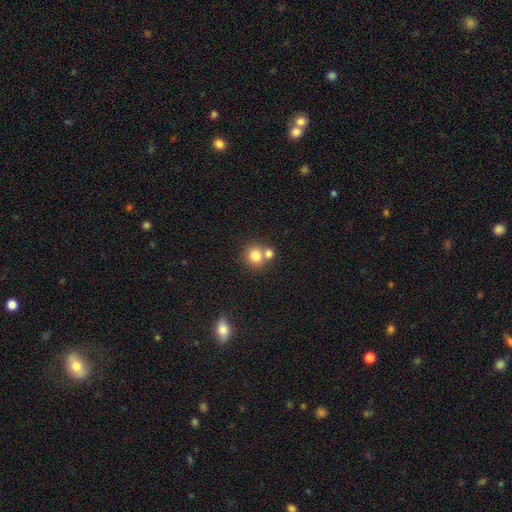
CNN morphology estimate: A smooth galaxy with no disk features (80%) that is round (87%).

Vote fractions:
- Smooth or featured? smooth: 80% / star or artifact: 11% / featured or disk: 9%
- How rounded? round: 87% / in between: 12% / cigar-shaped: 1%
- Merging? none: 52% / merger: 38% / minor disturbance: 7% / major disturbance: 3%